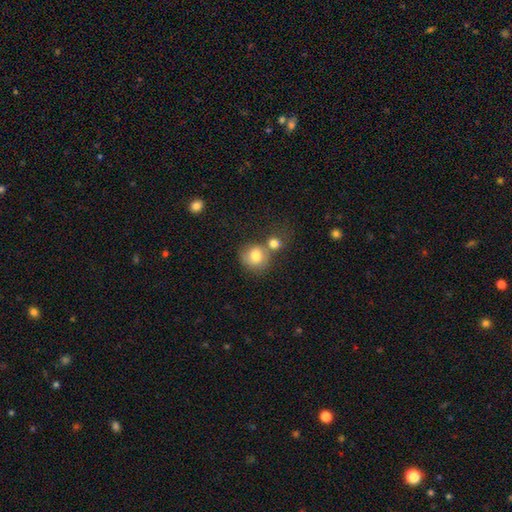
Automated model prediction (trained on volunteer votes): Morphology: type=smooth (79%); roundness=round (84%); merging=none (47%).